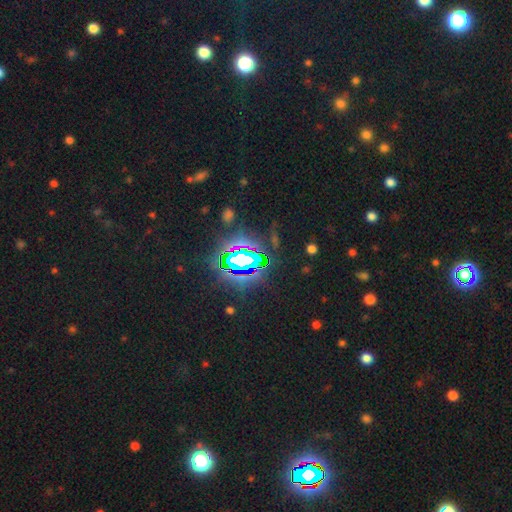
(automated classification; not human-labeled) Q: Smooth or featured?
A: star or artifact (80%); runner-up: smooth (13%)